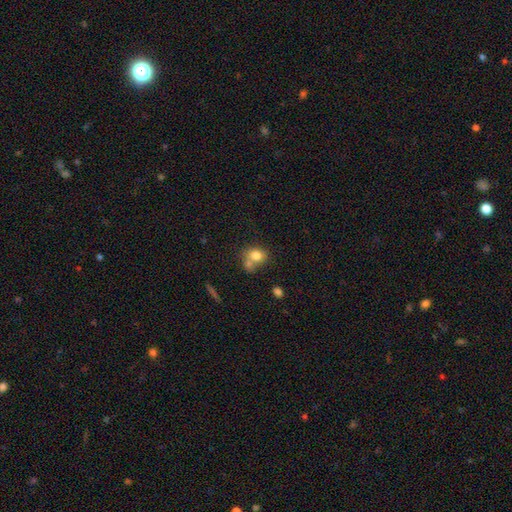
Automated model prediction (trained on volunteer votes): Overall: smooth (77%). How rounded: round (55%; in between 44%). Merging: merger (42%; none 41%).